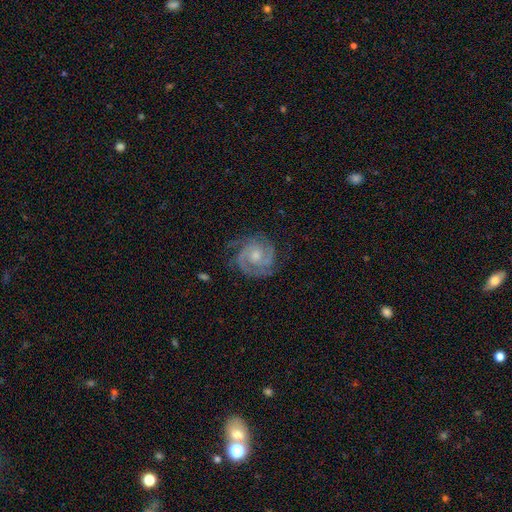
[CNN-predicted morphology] A featured or disk galaxy (91%) with no bar (67%), 2 (60%) tight (65%) spiral arms (98%) and a small central bulge (50%).

Vote fractions:
- Smooth or featured? featured or disk: 91% / smooth: 5% / star or artifact: 4%
- Edge-on disk? no: 98% / yes: 2%
- Bar? no: 67% / weak: 28% / strong: 5%
- Spiral arms? yes: 98% / no: 2%
- Spiral winding? tight: 65% / medium: 31% / loose: 4%
- Spiral arm count? 2: 60% / 3: 23% / can't tell: 7% / 4: 4% / 1: 3% / more than 4: 3%
- Bulge size? small: 50% / moderate: 44% / none: 3% / large: 2% / dominant: 1%
- Merging? none: 77% / minor disturbance: 16% / major disturbance: 5% / merger: 1%